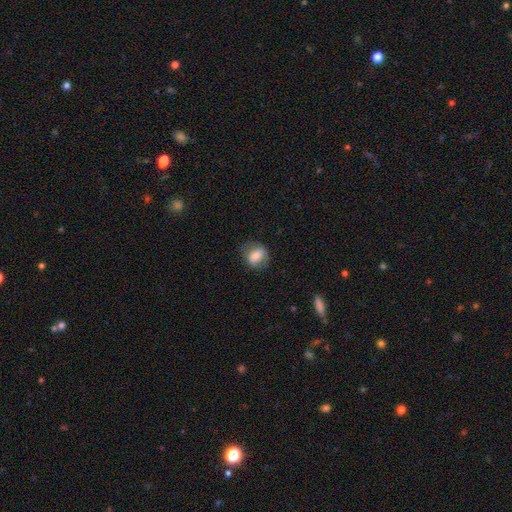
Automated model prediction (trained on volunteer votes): This appears to be a smooth galaxy with no disk features (74%) that is in between round and cigar-shaped (52%). Merging: none (71%).